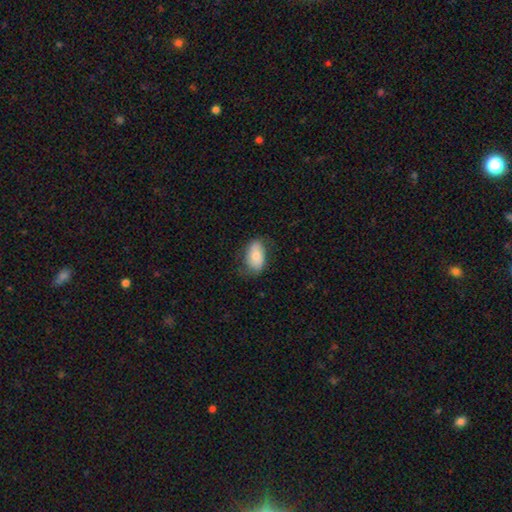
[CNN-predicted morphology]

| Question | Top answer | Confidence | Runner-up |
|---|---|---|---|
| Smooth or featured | smooth | 72% | featured or disk (22%) |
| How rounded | in between | 92% | round (7%) |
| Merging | none | 66% | minor disturbance (25%) |